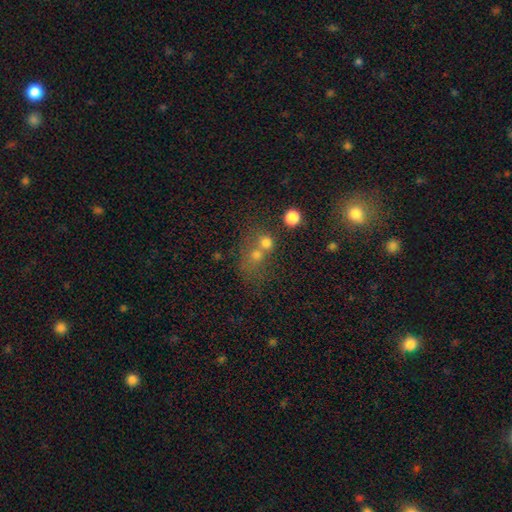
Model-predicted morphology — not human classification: This is likely a smooth galaxy (65%). How rounded: likely round (74%). Merging: possibly merger (52%).